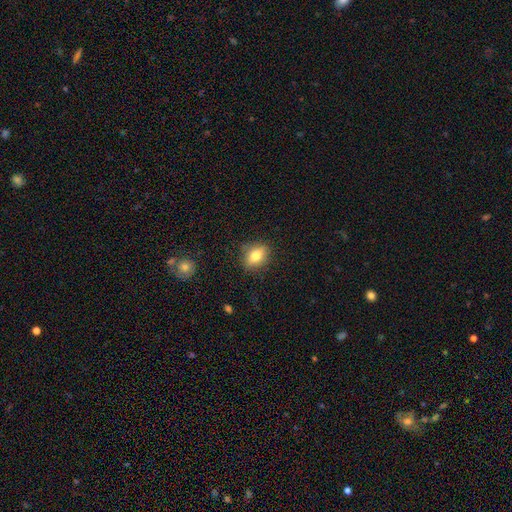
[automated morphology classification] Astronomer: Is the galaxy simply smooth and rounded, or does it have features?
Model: smooth — 68%.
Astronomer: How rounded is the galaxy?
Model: in between — 68%.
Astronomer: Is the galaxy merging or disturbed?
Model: none — 81%.